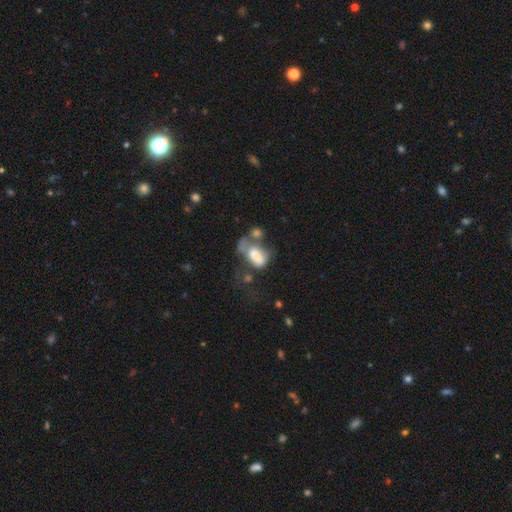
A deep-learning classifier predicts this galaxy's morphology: type=smooth (57%); roundness=in between (86%); merging=merger (37%).